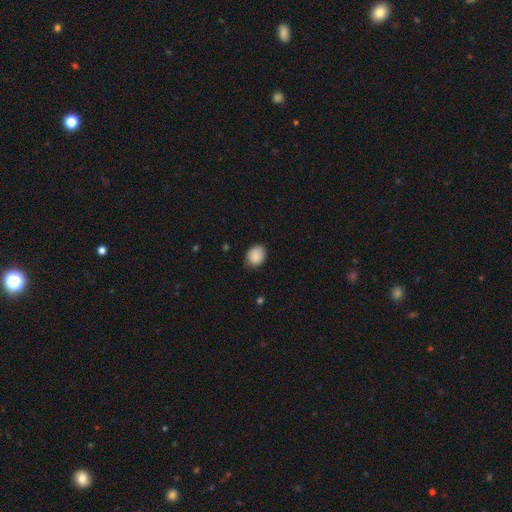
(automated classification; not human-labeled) Overall: smooth (88%). How rounded: round (56%; in between 43%). Merging: none (80%).